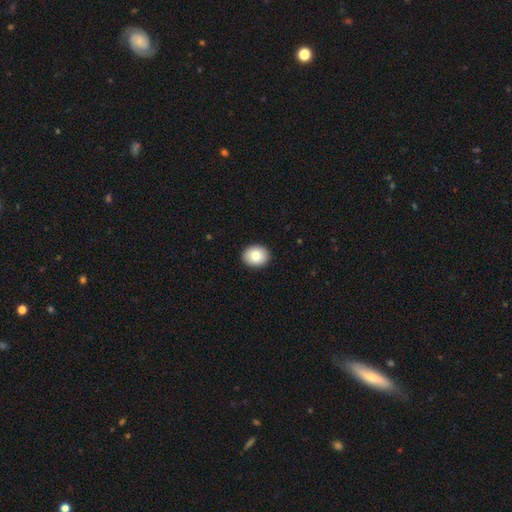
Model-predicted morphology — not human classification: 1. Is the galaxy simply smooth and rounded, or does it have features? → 83% smooth, 10% featured or disk, 8% star or artifact.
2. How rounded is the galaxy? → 55% round, 44% in between, 1% cigar-shaped.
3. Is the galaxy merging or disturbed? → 92% none, 6% minor disturbance, 1% major disturbance, 1% merger.